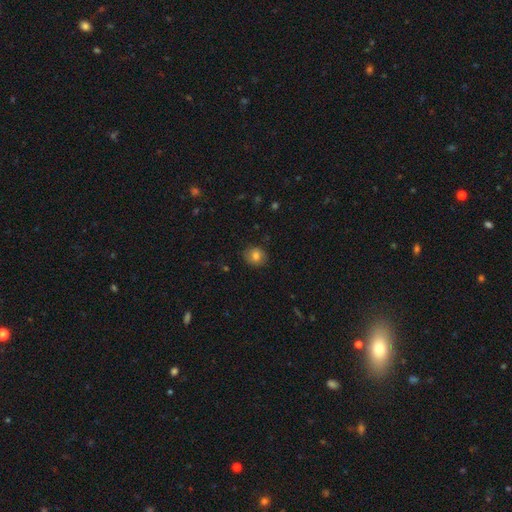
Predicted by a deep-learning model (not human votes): Smooth or featured? Predicted: smooth (p=0.80). How rounded? Predicted: round (p=0.75). Merging? Predicted: none (p=0.85).